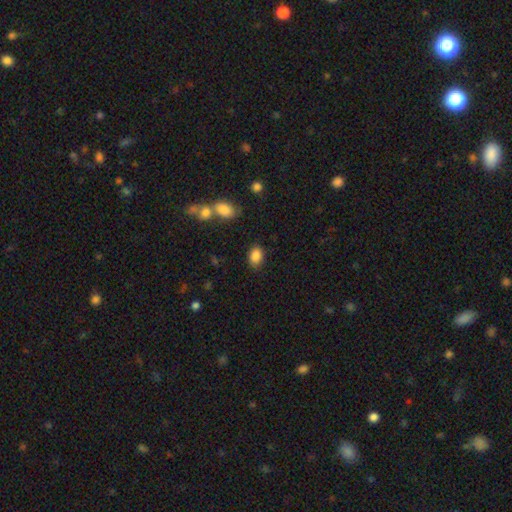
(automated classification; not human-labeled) This is clearly a smooth galaxy (87%). How rounded: likely in between (79%). Merging: clearly none (81%).